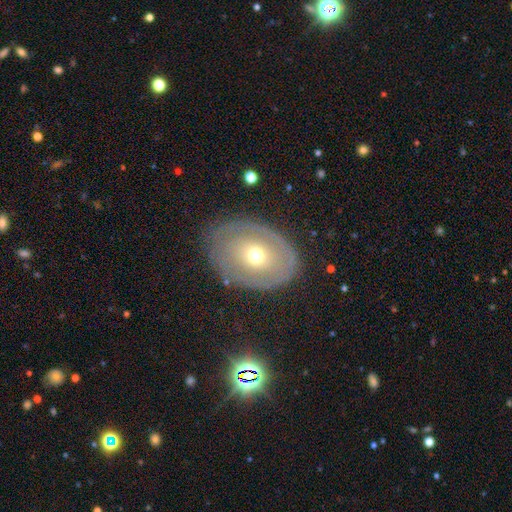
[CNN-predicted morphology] featured or disk 53%, smooth 40%, star or artifact 8%. Down the decision tree: edge-on disk — no (92%); merging — none (76%).